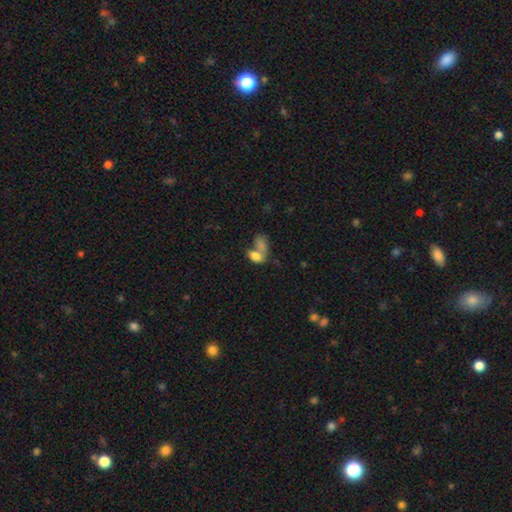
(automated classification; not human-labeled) smooth 78%, featured or disk 13%, star or artifact 10%. Down the decision tree: how rounded — in between (84%); merging — merger (57%).